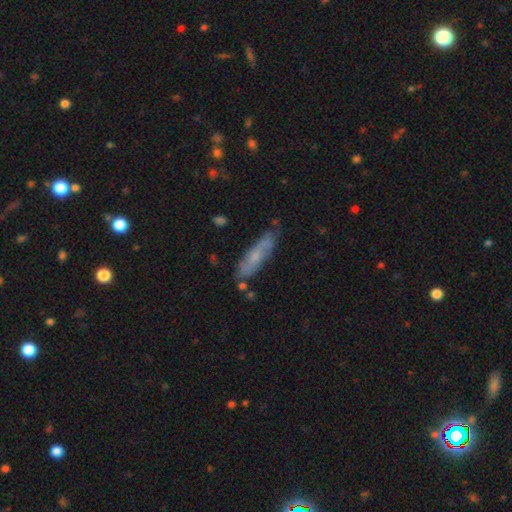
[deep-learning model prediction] smooth 51%, featured or disk 41%, star or artifact 8%. Down the decision tree: how rounded — cigar-shaped (67%); merging — none (70%).